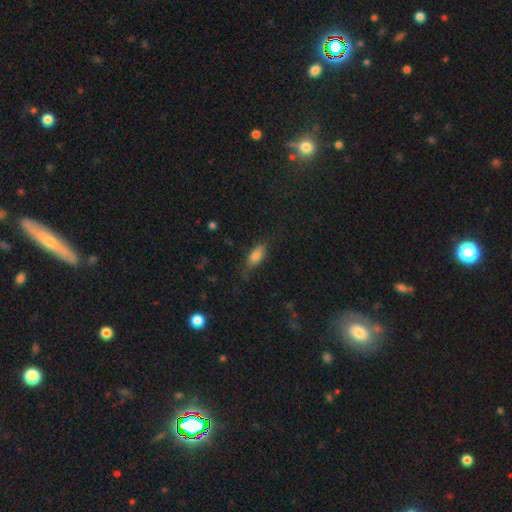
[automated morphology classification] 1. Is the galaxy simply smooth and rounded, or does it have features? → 77% smooth, 14% featured or disk, 8% star or artifact.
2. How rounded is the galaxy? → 77% in between, 20% cigar-shaped, 3% round.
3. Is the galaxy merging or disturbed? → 69% none, 23% minor disturbance, 7% major disturbance, 2% merger.